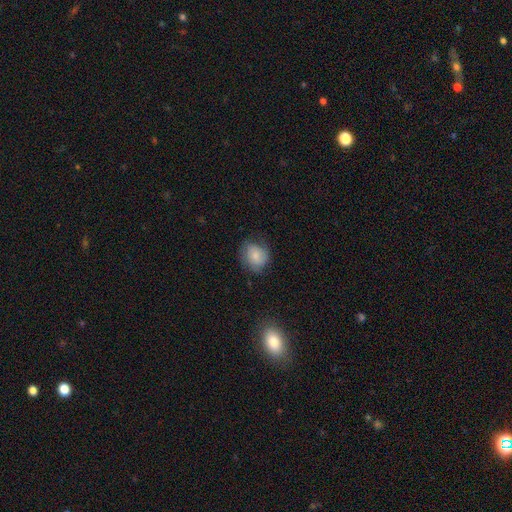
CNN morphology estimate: smooth 72%, featured or disk 19%, star or artifact 8%. Down the decision tree: how rounded — round (60%); merging — none (66%).